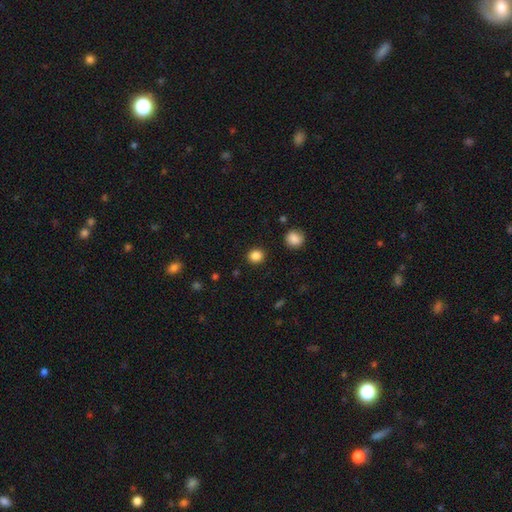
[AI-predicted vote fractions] This appears to be a smooth galaxy with no disk features (86%) that is round (82%). Merging: none (91%).